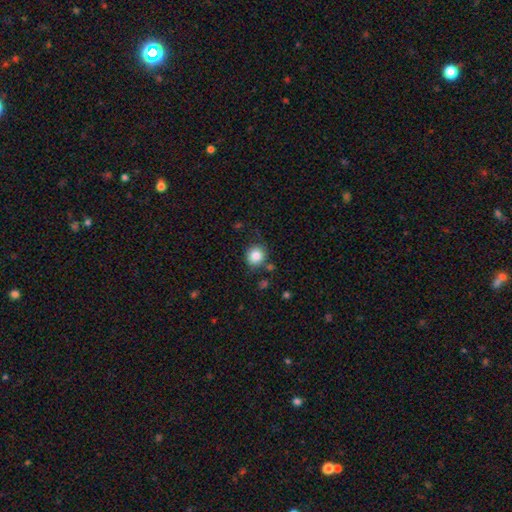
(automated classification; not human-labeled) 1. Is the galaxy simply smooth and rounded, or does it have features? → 84% smooth, 10% star or artifact, 6% featured or disk.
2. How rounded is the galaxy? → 85% round, 14% in between, 1% cigar-shaped.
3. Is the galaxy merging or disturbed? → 78% none, 13% minor disturbance, 5% merger, 4% major disturbance.